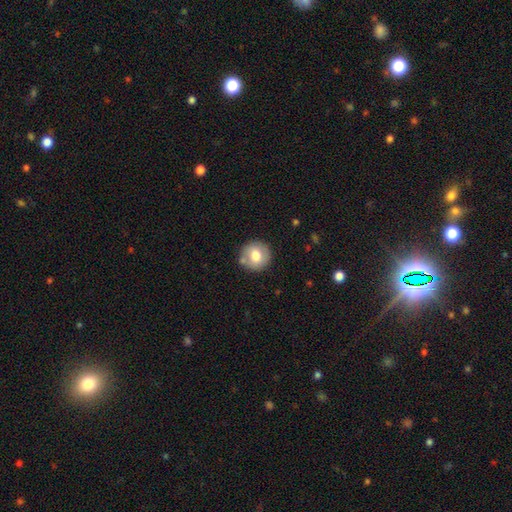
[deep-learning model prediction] The model was most divided on "smooth or featured": smooth: 72%, featured or disk: 20%, star or artifact: 8%. More confident: how rounded — round (91%); merging — none (79%).